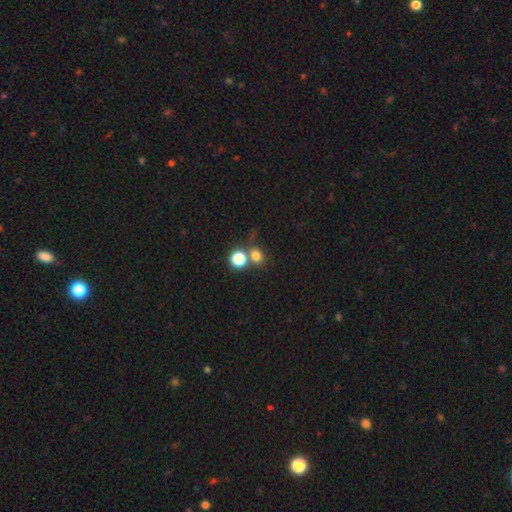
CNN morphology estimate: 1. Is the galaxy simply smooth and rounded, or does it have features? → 77% smooth, 15% star or artifact, 7% featured or disk.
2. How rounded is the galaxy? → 65% round, 34% in between, 1% cigar-shaped.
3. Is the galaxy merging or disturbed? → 54% none, 31% merger, 10% minor disturbance, 5% major disturbance.